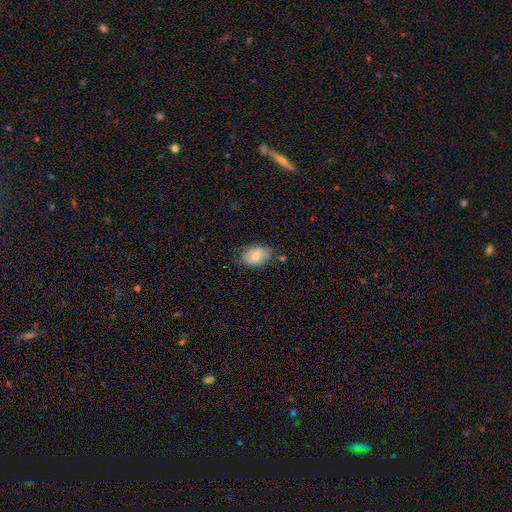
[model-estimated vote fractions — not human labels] Overall: smooth (70%). How rounded: in between (82%). Merging: none (70%).